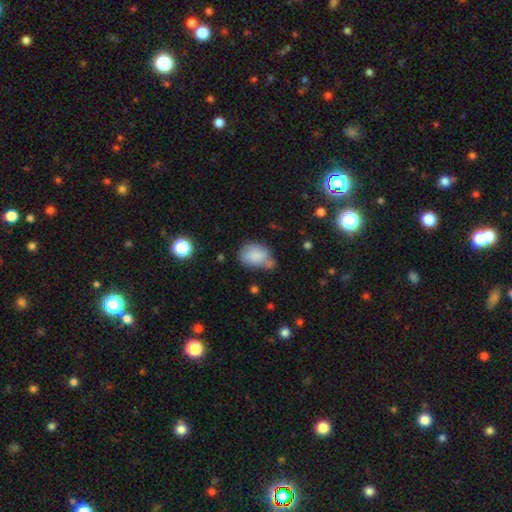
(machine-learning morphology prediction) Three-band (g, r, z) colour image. It shows a smooth galaxy with no disk features (82%) that is in between round and cigar-shaped (75%). Merging: none (45%).